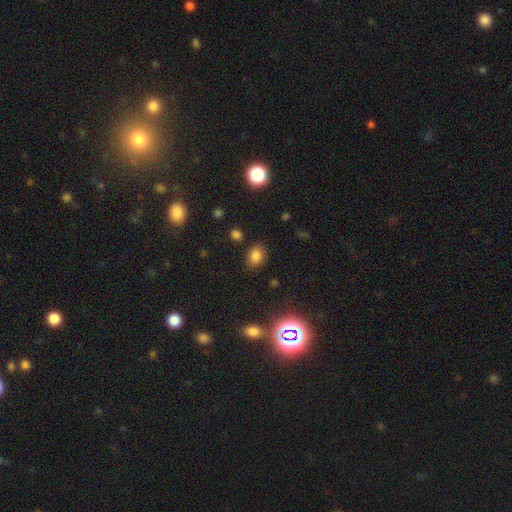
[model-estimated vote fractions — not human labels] A smooth galaxy with no disk features (79%) that is in between round and cigar-shaped (66%). Merging: none (84%).